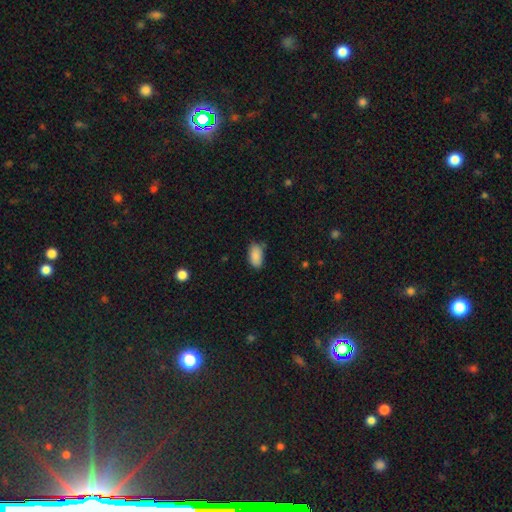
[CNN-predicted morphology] type=smooth (88%); roundness=in between (93%); merging=none (74%).